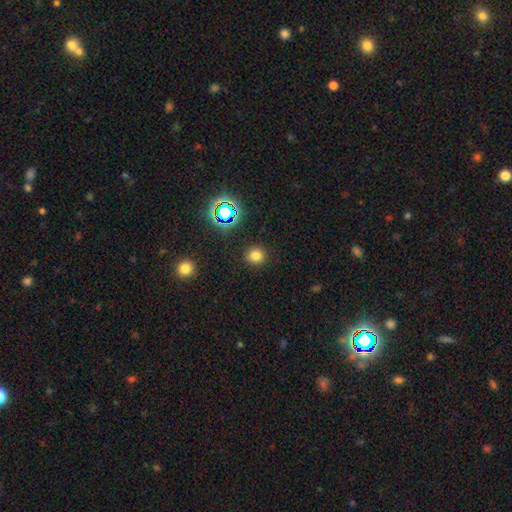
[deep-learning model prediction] Morphology: type=smooth (75%); roundness=round (87%); merging=none (90%).